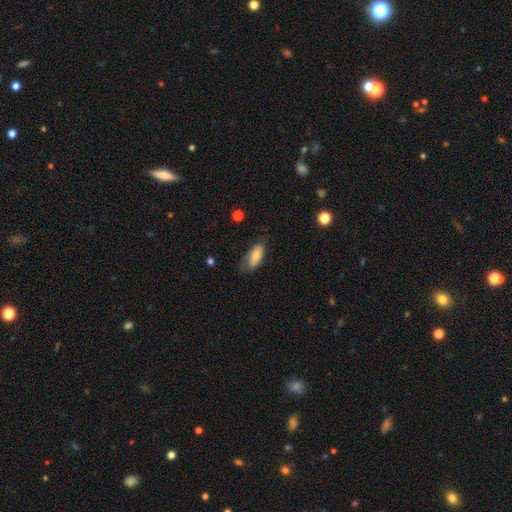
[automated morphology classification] A smooth galaxy with no disk features (71%) that is in between round and cigar-shaped (87%).

Vote fractions:
- Smooth or featured? smooth: 71% / featured or disk: 22% / star or artifact: 7%
- How rounded? in between: 87% / cigar-shaped: 10% / round: 3%
- Merging? none: 60% / minor disturbance: 29% / major disturbance: 9% / merger: 1%